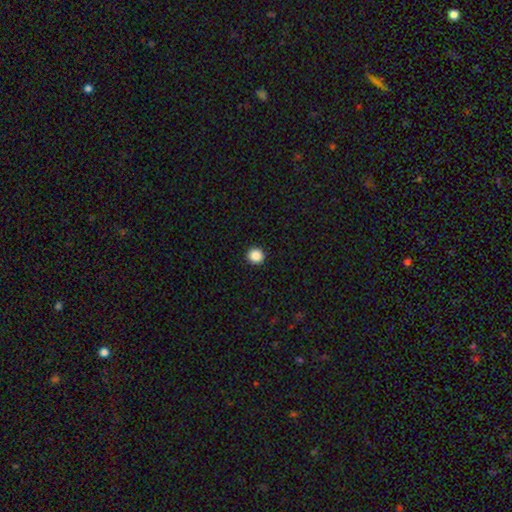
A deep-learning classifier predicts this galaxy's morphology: smooth 87%, star or artifact 10%, featured or disk 3%. Down the decision tree: how rounded — round (95%); merging — none (94%).